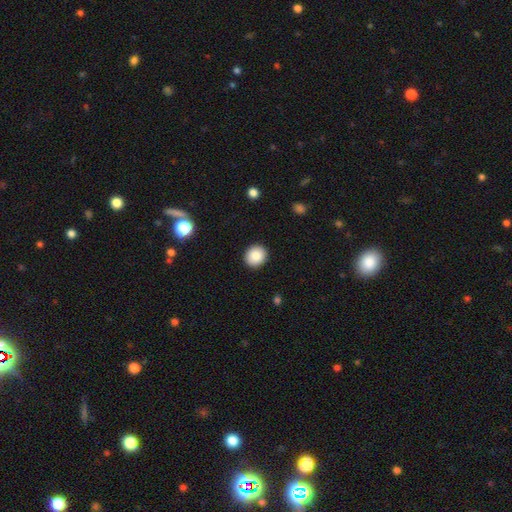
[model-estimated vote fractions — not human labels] A smooth galaxy with no disk features (84%) that is round (84%). Merging: none (92%).